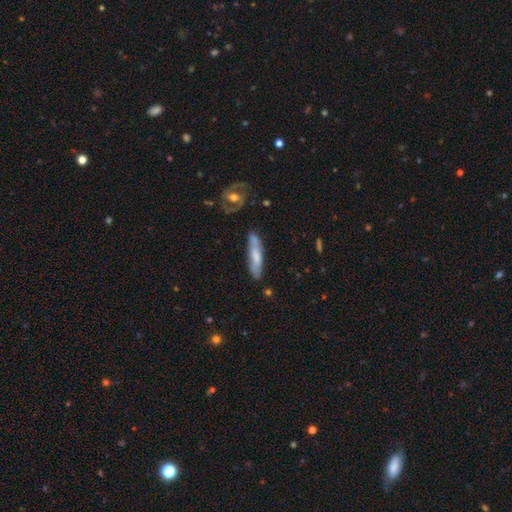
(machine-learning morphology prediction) This appears to be a smooth galaxy with no disk features (56%) that is cigar-shaped (82%). Merging: none (76%).